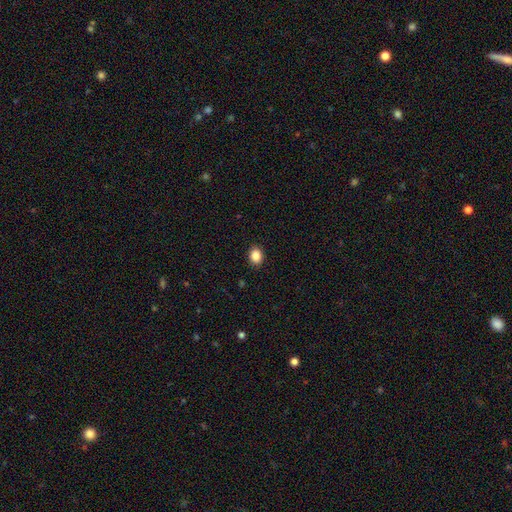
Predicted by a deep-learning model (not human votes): The model was most divided on "how rounded": round: 50%, in between: 49%, cigar-shaped: 1%. More confident: merging — none (90%); smooth or featured — smooth (87%).